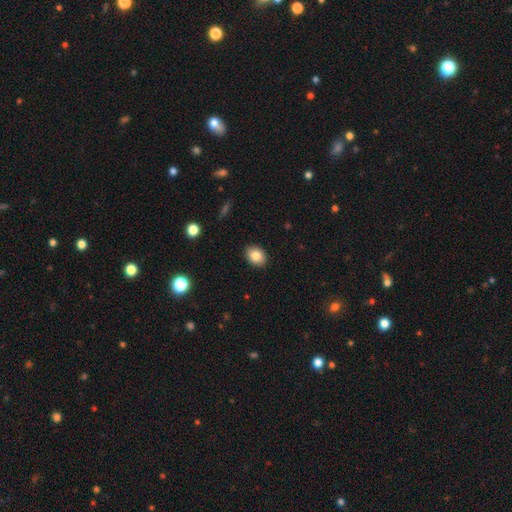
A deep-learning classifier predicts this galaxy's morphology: Smooth or featured?
  - smooth: 83% *
  - star or artifact: 9%
  - featured or disk: 8%
How rounded?
  - in between: 65% *
  - round: 34%
  - cigar-shaped: 1%
Merging?
  - none: 90% *
  - minor disturbance: 7%
  - major disturbance: 2%
  - merger: 1%